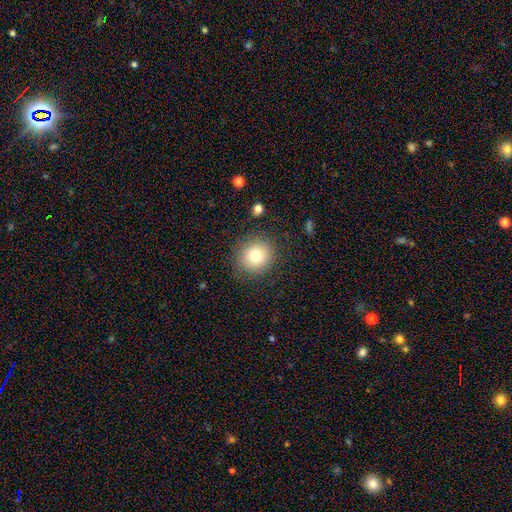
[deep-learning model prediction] Smooth or featured?
  - smooth: 78% *
  - star or artifact: 11%
  - featured or disk: 11%
How rounded?
  - round: 89% *
  - in between: 10%
  - cigar-shaped: 1%
Merging?
  - none: 86% *
  - minor disturbance: 9%
  - major disturbance: 3%
  - merger: 1%